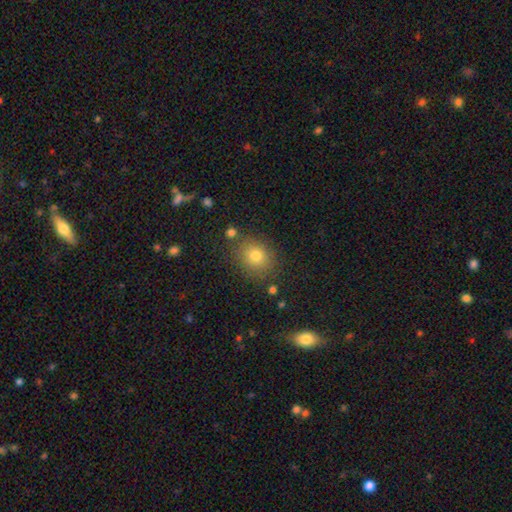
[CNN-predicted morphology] A smooth galaxy with no disk features (77%) that is round (64%). Merging: none (81%).